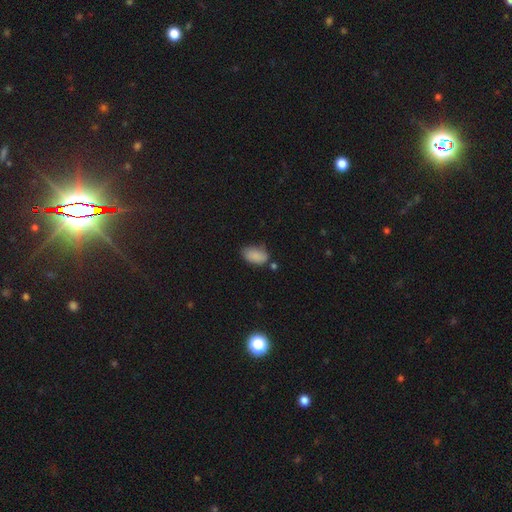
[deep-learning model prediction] Smooth or featured? smooth (86%)
How rounded? in between (92%)
Merging? none (62%)